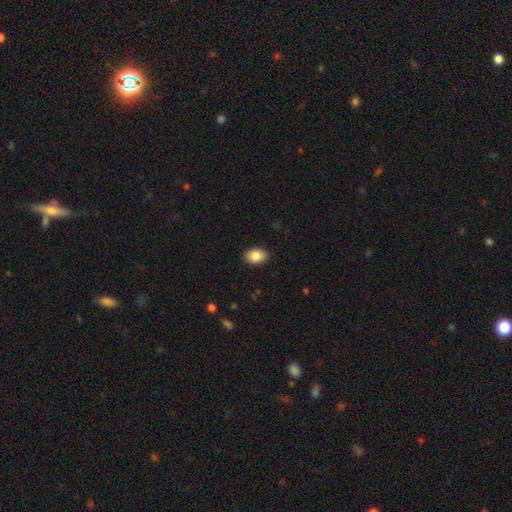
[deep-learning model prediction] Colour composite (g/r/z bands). It shows a smooth galaxy with no disk features (87%) that is in between round and cigar-shaped (83%). Merging: none (90%).